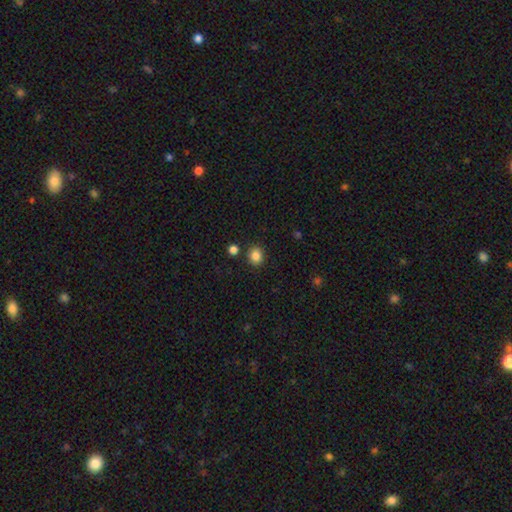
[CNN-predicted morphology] smooth-or-featured: smooth: 85% | star or artifact: 11% | featured or disk: 4%
  how-rounded: round: 73% | in between: 26% | cigar-shaped: 1%
  merging: none: 86% | minor disturbance: 7% | merger: 4% | major disturbance: 2%